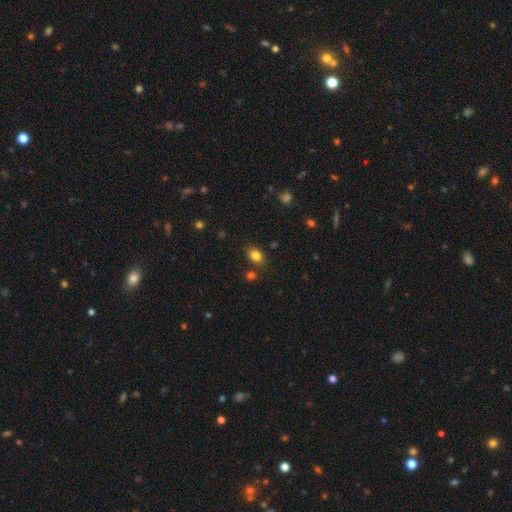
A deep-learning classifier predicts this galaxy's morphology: Smooth or featured? Predicted: smooth (p=0.82). How rounded? Predicted: in between (p=0.77). Merging? Predicted: none (p=0.78).